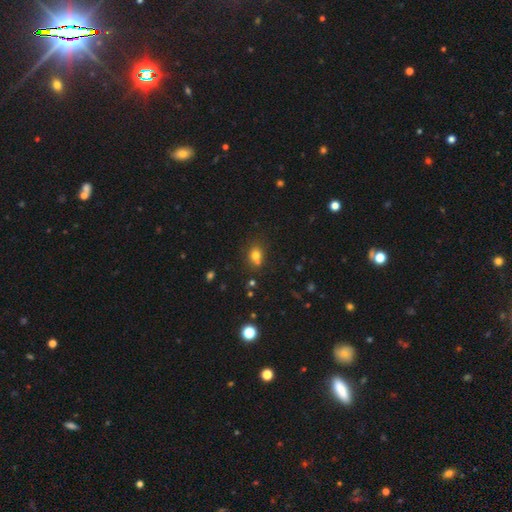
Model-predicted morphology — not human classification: Smooth or featured? Predicted: smooth (p=0.73). How rounded? Predicted: round (p=0.54). Merging? Predicted: none (p=0.57).